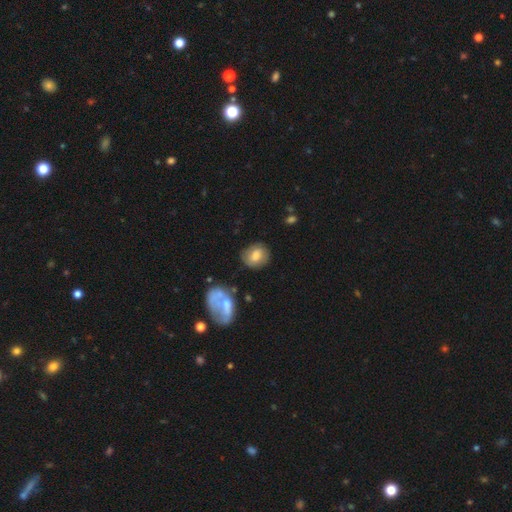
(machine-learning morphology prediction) This appears to be a smooth galaxy with no disk features (71%) that is round (63%). Merging: none (75%).